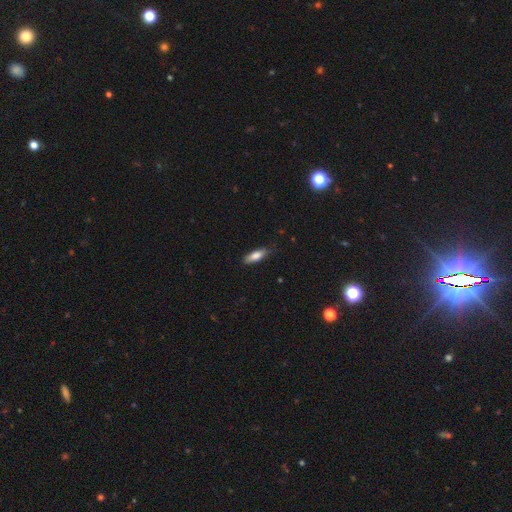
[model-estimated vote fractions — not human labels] This appears to be a smooth galaxy with no disk features (80%) that is in between round and cigar-shaped (57%). Merging: none (79%).